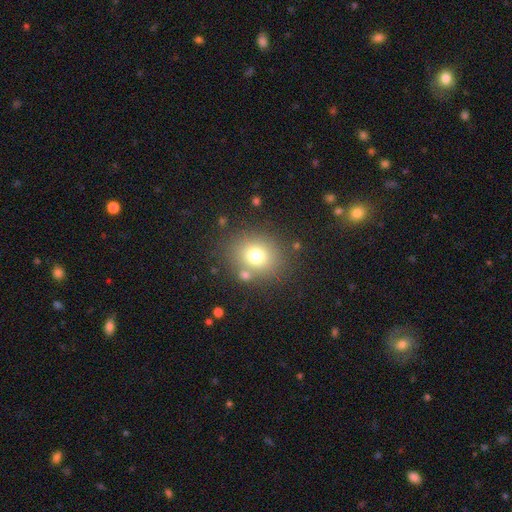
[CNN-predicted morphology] This is likely a smooth galaxy (73%). How rounded: likely round (72%). Merging: likely none (76%).